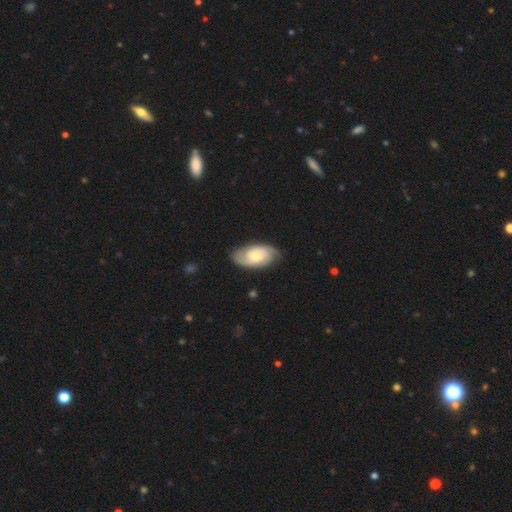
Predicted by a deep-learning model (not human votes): This is likely a featured or disk galaxy (64%). It is clearly not viewed edge-on (94%). Bar: likely no (66%). Spiral arm pattern: clearly yes (89%). Spiral arm count: likely 2 (70%). Spiral winding: possibly tight (55%). Central bulge: possibly moderate (51%). Merging: likely none (77%).